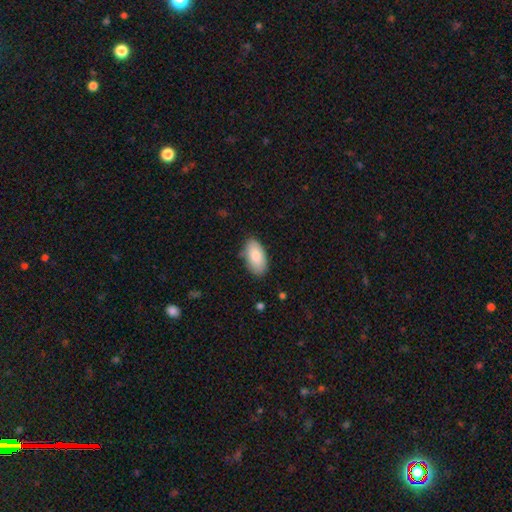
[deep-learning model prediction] Smooth or featured?
  - smooth: 83% *
  - featured or disk: 11%
  - star or artifact: 6%
How rounded?
  - in between: 95% *
  - round: 3%
  - cigar-shaped: 3%
Merging?
  - none: 81% *
  - minor disturbance: 15%
  - major disturbance: 3%
  - merger: 1%